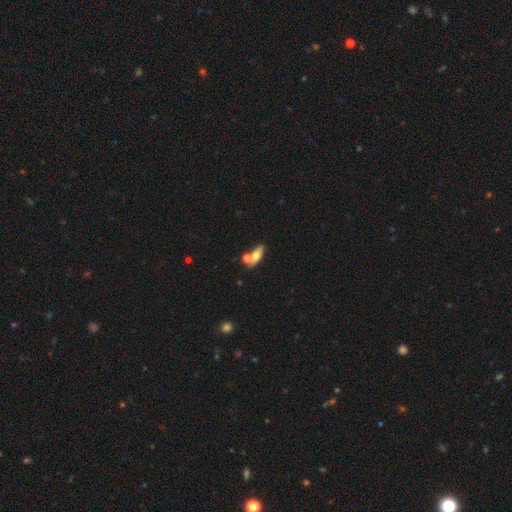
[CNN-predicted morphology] smooth_or_featured: smooth (p=0.59) [alt: featured or disk p=0.32]
how_rounded: in between (p=0.66) [alt: cigar-shaped p=0.26]
merging: none (p=0.48) [alt: merger p=0.35]